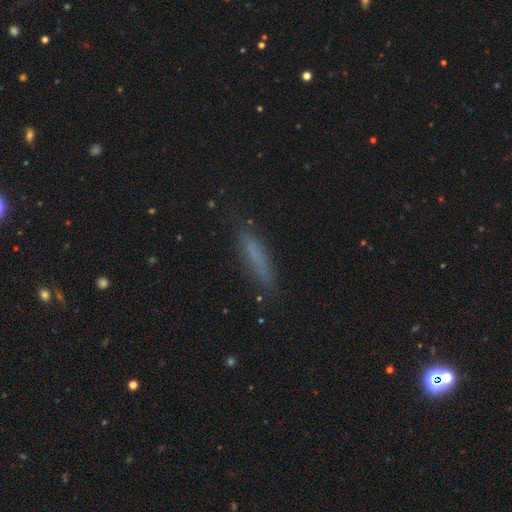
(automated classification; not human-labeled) smooth_or_featured: smooth (p=0.68) [alt: featured or disk p=0.22]
how_rounded: cigar-shaped (p=0.85) [alt: in between p=0.14]
merging: none (p=0.78) [alt: minor disturbance p=0.16]